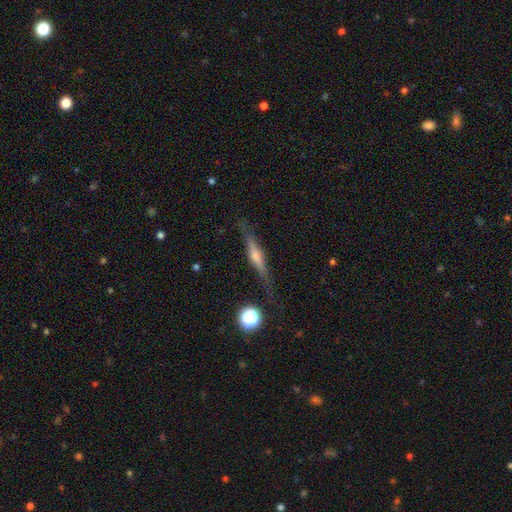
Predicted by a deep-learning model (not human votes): smooth_or_featured: featured or disk (p=0.71) [alt: smooth p=0.20]
disk_edge_on: yes (p=0.96) [alt: no p=0.04]
edge_on_bulge: rounded (p=0.79) [alt: boxy p=0.12]
merging: none (p=0.83) [alt: minor disturbance p=0.12]